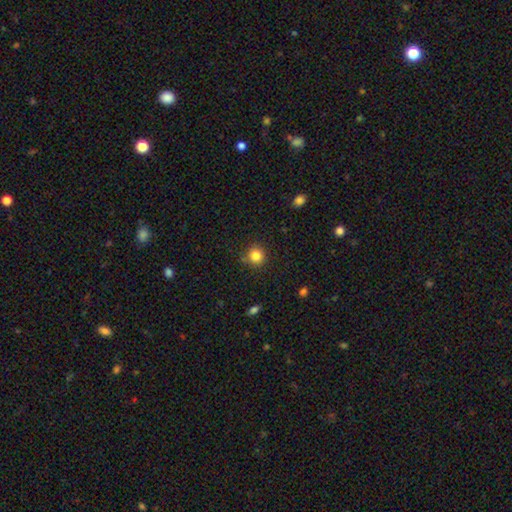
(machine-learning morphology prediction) Smooth or featured?
  - smooth: 84% *
  - star or artifact: 12%
  - featured or disk: 5%
How rounded?
  - round: 91% *
  - in between: 8%
  - cigar-shaped: 1%
Merging?
  - none: 84% *
  - minor disturbance: 11%
  - major disturbance: 3%
  - merger: 2%